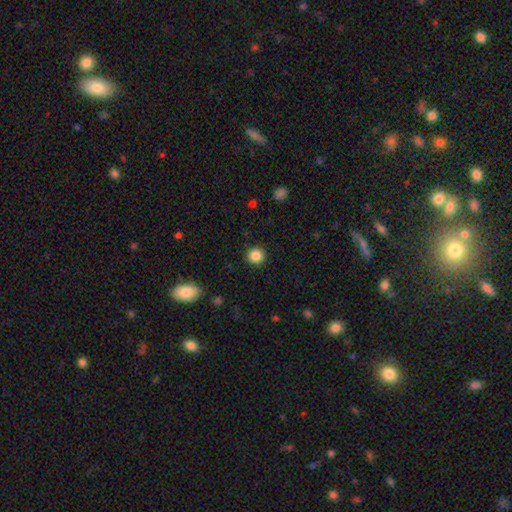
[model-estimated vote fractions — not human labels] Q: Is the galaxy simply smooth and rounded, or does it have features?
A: smooth — 86%.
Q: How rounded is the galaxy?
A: round — 94%.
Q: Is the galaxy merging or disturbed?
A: none — 92%.